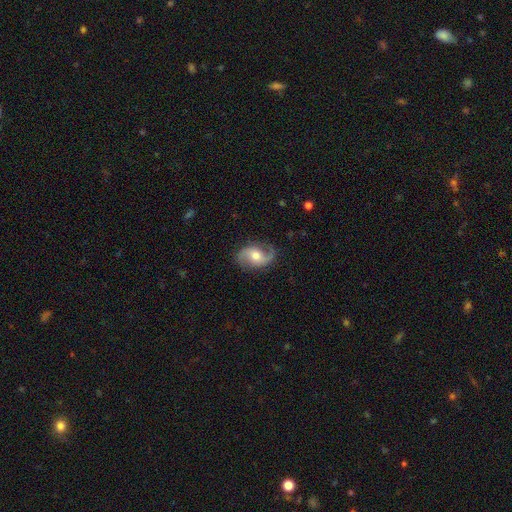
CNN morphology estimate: Overall: featured or disk (83%). Edge-on disk: no (97%). Bar: no (54%; weak 36%). Spiral arms: yes (96%). Spiral arm count: 2 (90%). Spiral winding: loose (52%; medium 39%). Bulge size: moderate (68%). Merging: none (79%).